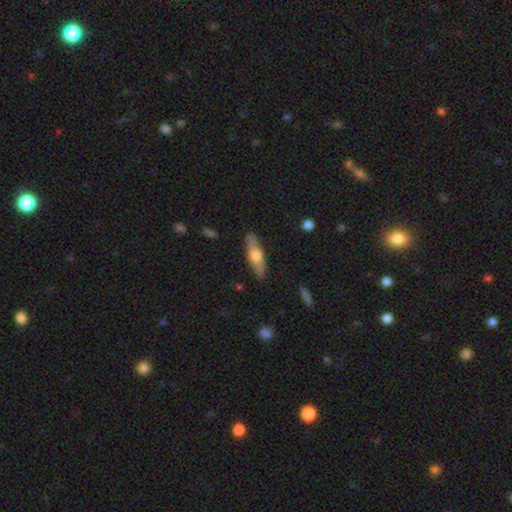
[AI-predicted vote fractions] Morphology: type=smooth (48%); merging=none (86%).